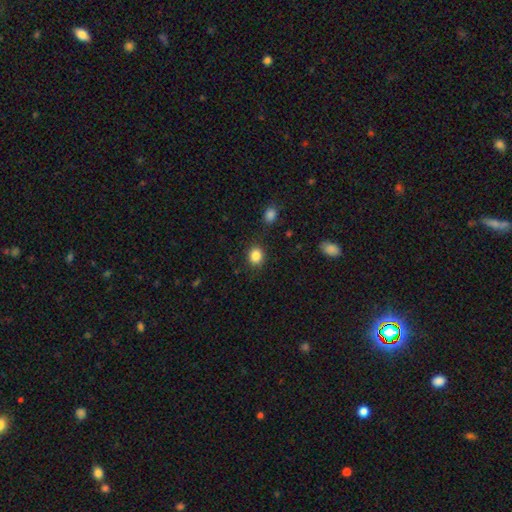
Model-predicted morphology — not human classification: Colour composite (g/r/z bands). It shows a smooth galaxy with no disk features (86%) that is round (70%). Merging: none (85%).